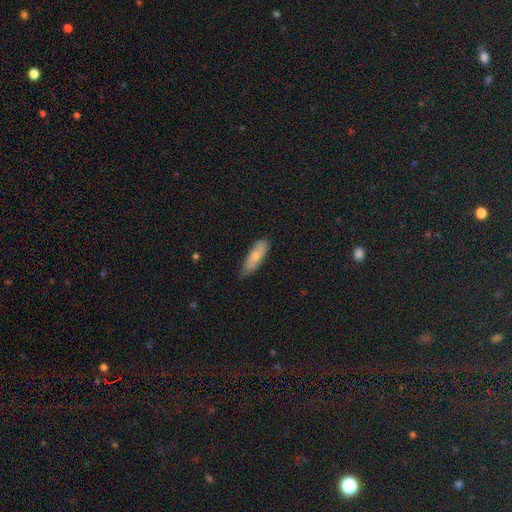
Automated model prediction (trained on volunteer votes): Morphology: type=smooth (73%); roundness=in between (57%); merging=none (71%).